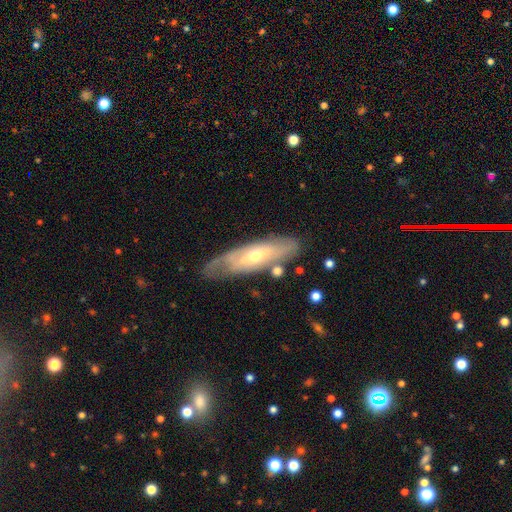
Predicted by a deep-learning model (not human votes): featured or disk 71%, smooth 23%, star or artifact 6%. Down the decision tree: edge-on disk — no (71%); bar — no (57%); spiral arms — yes (70%); bulge size — moderate (52%); merging — none (65%).